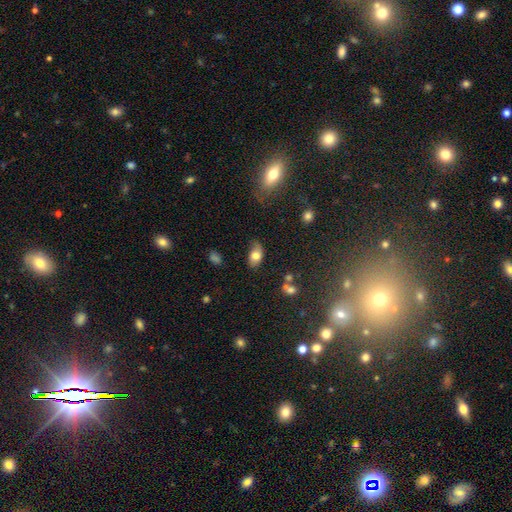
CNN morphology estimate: smooth-or-featured: smooth: 73% | featured or disk: 18% | star or artifact: 8%
  how-rounded: in between: 91% | round: 6% | cigar-shaped: 3%
  merging: none: 59% | minor disturbance: 29% | major disturbance: 8% | merger: 3%